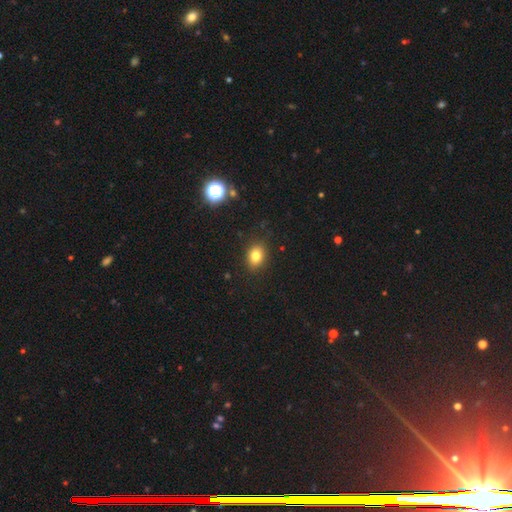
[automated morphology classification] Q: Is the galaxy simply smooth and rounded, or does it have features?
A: smooth — 80%.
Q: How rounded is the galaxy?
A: in between — 60%.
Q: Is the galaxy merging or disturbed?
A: none — 87%.